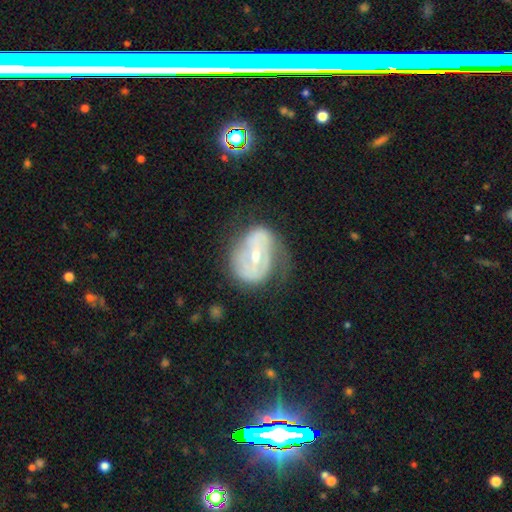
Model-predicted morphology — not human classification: smooth-or-featured: featured or disk: 76% | smooth: 16% | star or artifact: 8%
  disk-edge-on: no: 95% | yes: 5%
    bar: weak: 40% | strong: 39% | no: 21%
    has-spiral-arms: yes: 76% | no: 24%
      spiral-winding: tight: 40% | medium: 38% | loose: 22%
      spiral-arm-count: 2: 62% | can't tell: 23% | 1: 9% | 3: 4% | 4: 1% | more than 4: 1%
    bulge-size: small: 49% | moderate: 48% | large: 2% | none: 1% | dominant: 1%
  merging: none: 54% | minor disturbance: 27% | major disturbance: 17% | merger: 2%